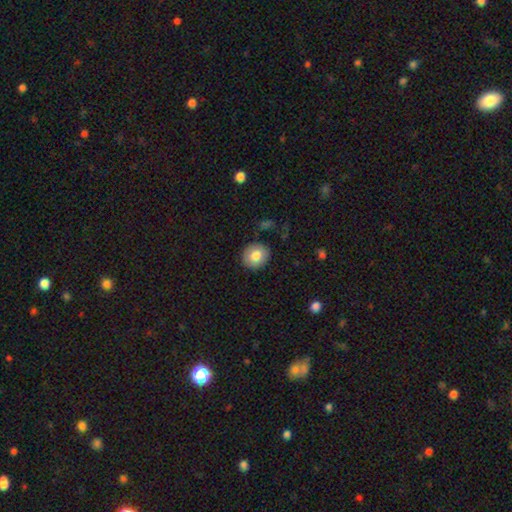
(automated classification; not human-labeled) Smooth or featured? smooth (79%)
How rounded? round (80%)
Merging? none (88%)